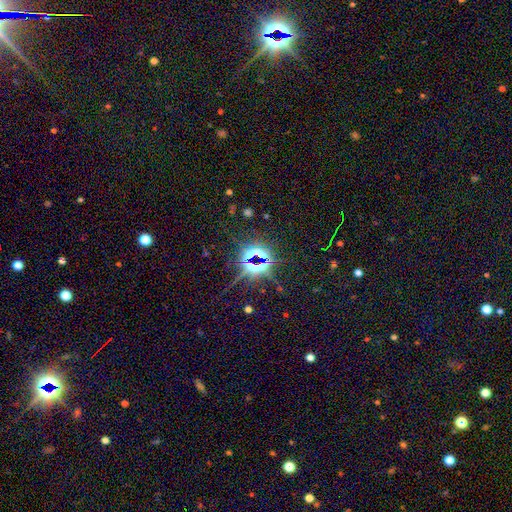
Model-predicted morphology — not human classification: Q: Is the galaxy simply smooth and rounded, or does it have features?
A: star or artifact — 82%.